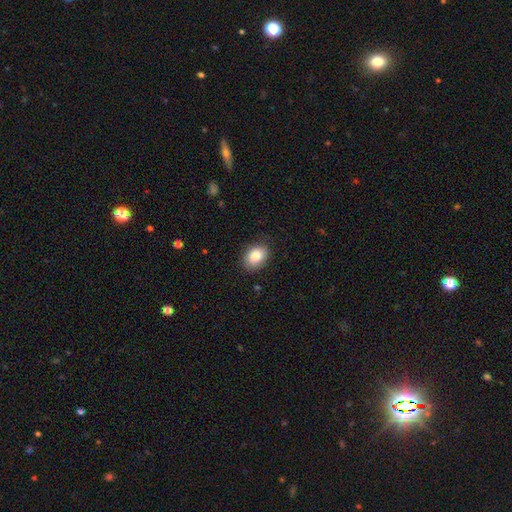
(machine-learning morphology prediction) A smooth galaxy with no disk features (85%) that is in between round and cigar-shaped (74%). Merging: none (83%).